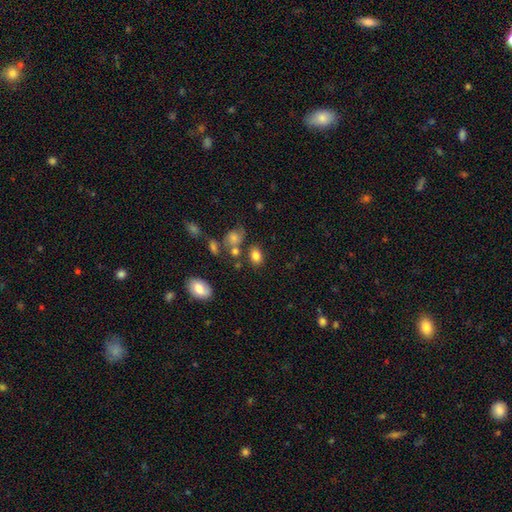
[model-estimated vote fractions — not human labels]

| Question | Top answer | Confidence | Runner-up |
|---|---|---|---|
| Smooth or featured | smooth | 81% | star or artifact (11%) |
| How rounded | in between | 68% | round (30%) |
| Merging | none | 72% | minor disturbance (13%) |